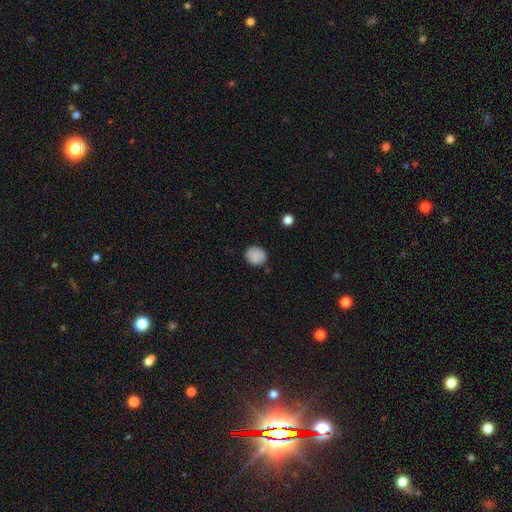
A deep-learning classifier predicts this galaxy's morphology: Overall: smooth (86%). How rounded: round (72%). Merging: none (83%).